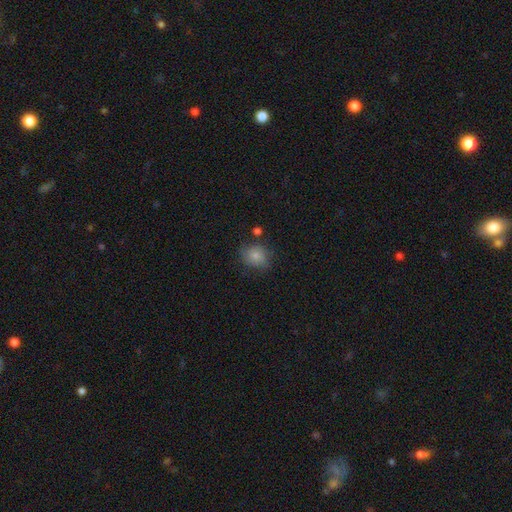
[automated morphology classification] smooth 79%, featured or disk 12%, star or artifact 9%. Down the decision tree: how rounded — round (65%); merging — none (67%).